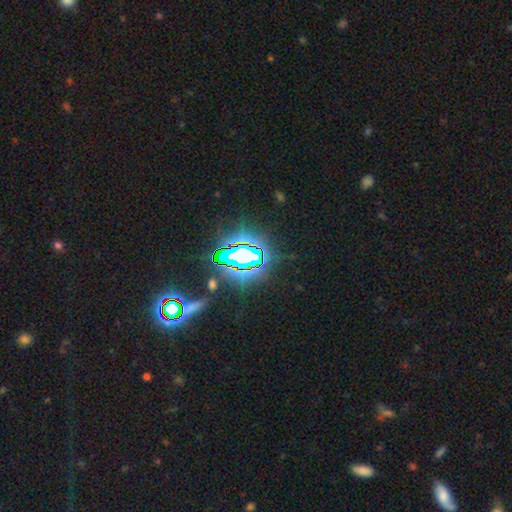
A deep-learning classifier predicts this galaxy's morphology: smooth_or_featured: star or artifact (p=0.84) [alt: smooth p=0.09]